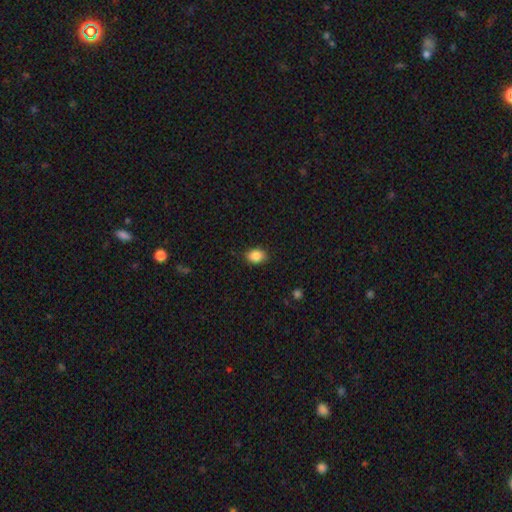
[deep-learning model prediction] Smooth or featured?
  - smooth: 87% *
  - star or artifact: 9%
  - featured or disk: 5%
How rounded?
  - in between: 68% *
  - round: 31%
  - cigar-shaped: 1%
Merging?
  - none: 86% *
  - minor disturbance: 10%
  - major disturbance: 2%
  - merger: 1%